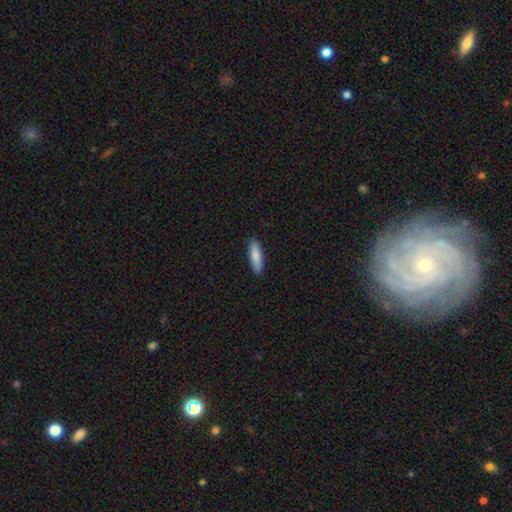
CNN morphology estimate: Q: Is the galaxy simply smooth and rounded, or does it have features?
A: smooth — 85%.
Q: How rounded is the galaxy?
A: cigar-shaped — 64%.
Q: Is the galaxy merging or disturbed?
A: none — 90%.